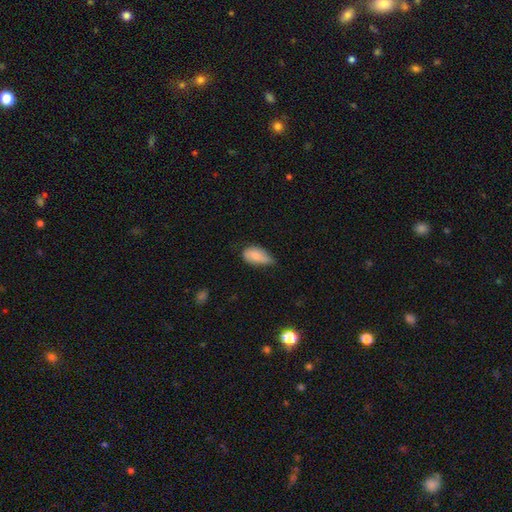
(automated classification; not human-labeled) Smooth or featured: smooth — 80% (featured or disk — 13%)
How rounded: in between — 92% (round — 5%)
Merging: minor disturbance — 51% (none — 36%)